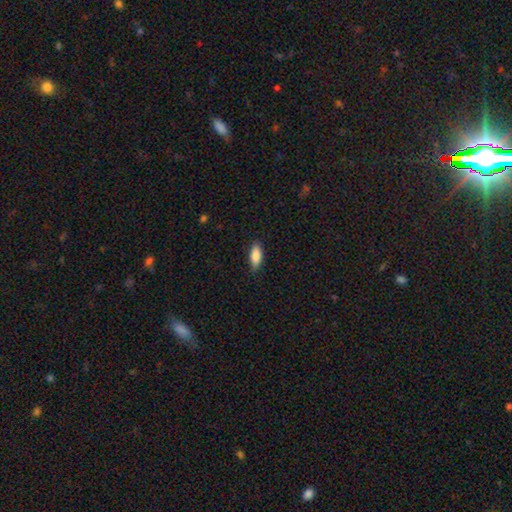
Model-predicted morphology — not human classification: smooth-or-featured: smooth: 87% | featured or disk: 7% | star or artifact: 6%
  how-rounded: in between: 79% | cigar-shaped: 19% | round: 2%
  merging: none: 86% | minor disturbance: 11% | major disturbance: 2% | merger: 1%